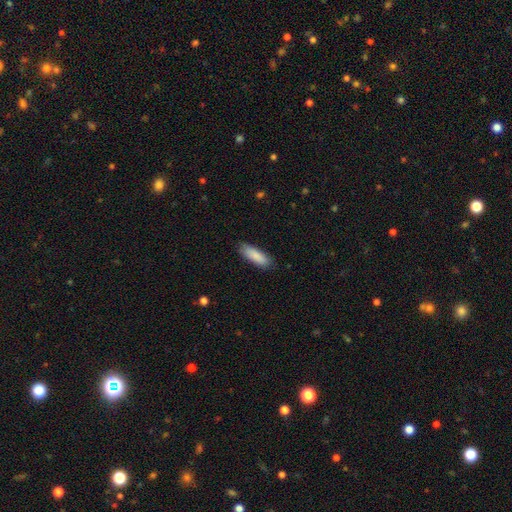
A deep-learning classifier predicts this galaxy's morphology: Smooth or featured? smooth (88%)
How rounded? in between (52%)
Merging? none (84%)